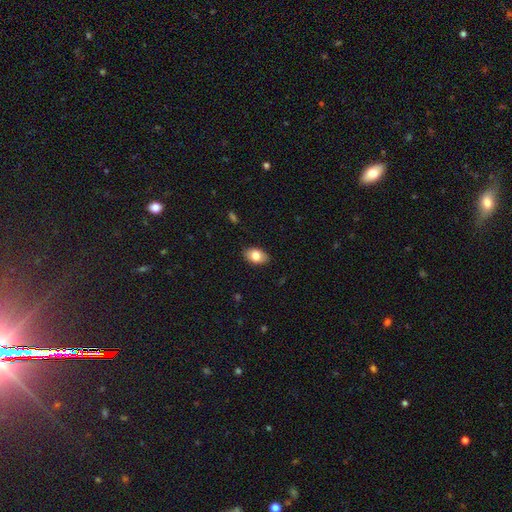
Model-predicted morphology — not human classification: Overall: smooth (80%). How rounded: in between (89%). Merging: none (87%).